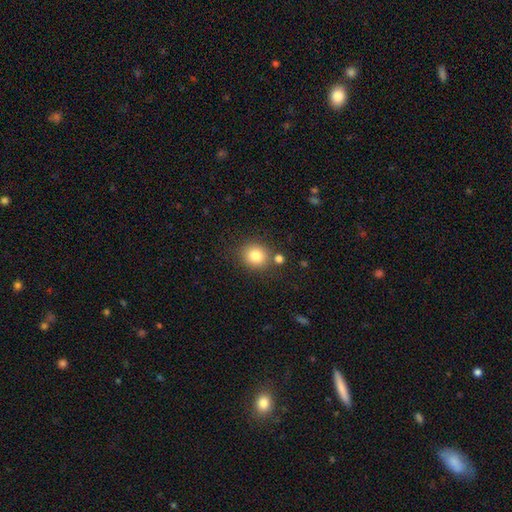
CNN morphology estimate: This is clearly a smooth galaxy (81%). How rounded: clearly round (81%). Merging: likely none (78%).